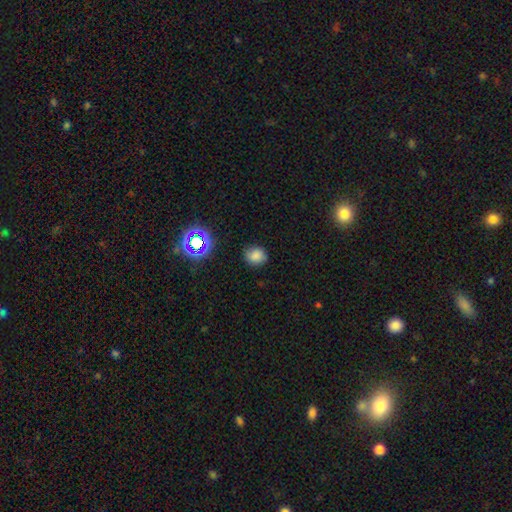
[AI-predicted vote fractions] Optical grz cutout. It shows a smooth galaxy with no disk features (78%) that is round (71%). Merging: none (82%).